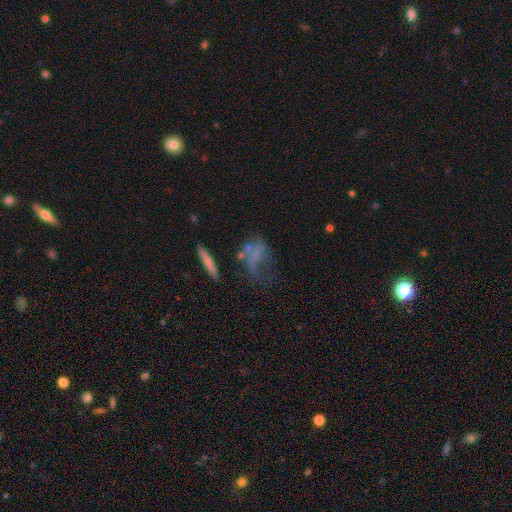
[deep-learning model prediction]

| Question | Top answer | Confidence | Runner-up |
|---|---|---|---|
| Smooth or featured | smooth | 50% | featured or disk (35%) |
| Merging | major disturbance | 38% | none (31%) |